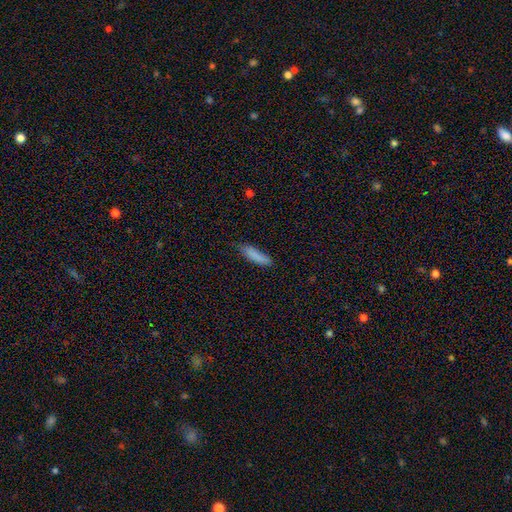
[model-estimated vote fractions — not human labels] Smooth or featured?
  - smooth: 85% *
  - featured or disk: 8%
  - star or artifact: 7%
How rounded?
  - cigar-shaped: 69% *
  - in between: 30%
  - round: 2%
Merging?
  - none: 70% *
  - minor disturbance: 23%
  - major disturbance: 5%
  - merger: 2%